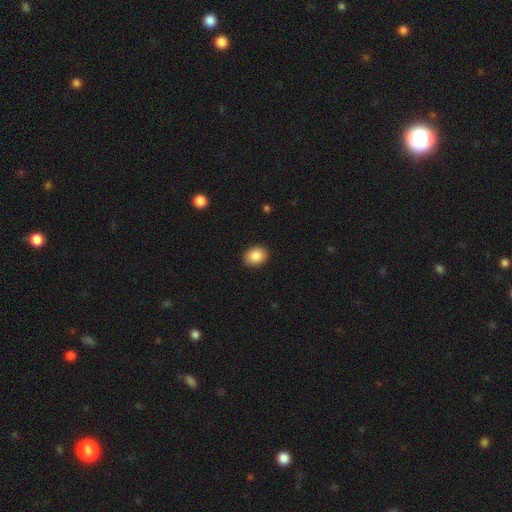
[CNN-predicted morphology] Q: Smooth or featured?
A: smooth (88%); runner-up: star or artifact (8%)
Q: How rounded?
A: in between (60%); runner-up: round (39%)
Q: Merging?
A: none (90%); runner-up: minor disturbance (7%)